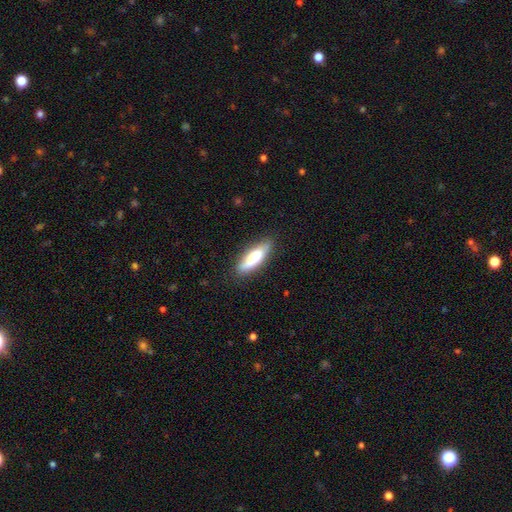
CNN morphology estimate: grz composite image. It shows a smooth galaxy with no disk features (70%) that is cigar-shaped (54%). Merging: none (83%).